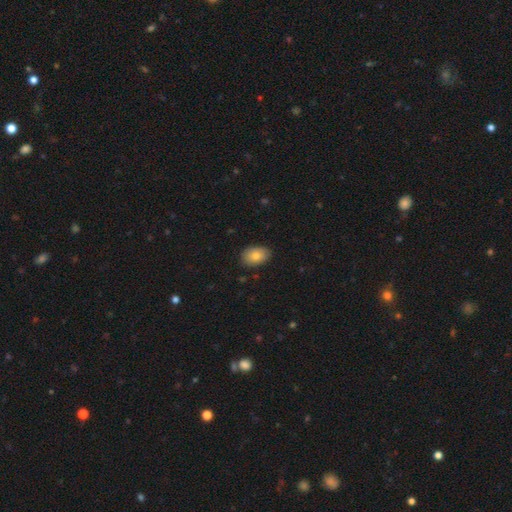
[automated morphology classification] This appears to be a smooth galaxy with no disk features (81%) that is in between round and cigar-shaped (83%). Merging: none (84%).